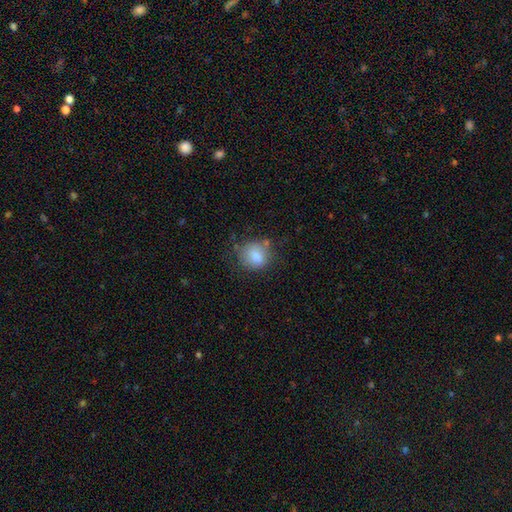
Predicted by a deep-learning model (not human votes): This appears to be a smooth galaxy with no disk features (82%) that is round (68%). Merging: none (60%).